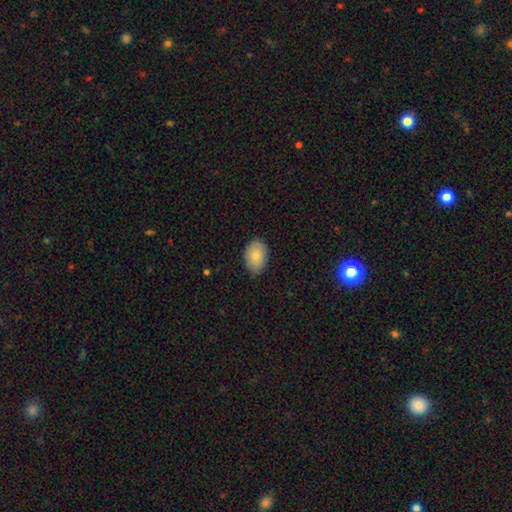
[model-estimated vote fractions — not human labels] Morphology: type=smooth (83%); roundness=in between (85%); merging=none (83%).